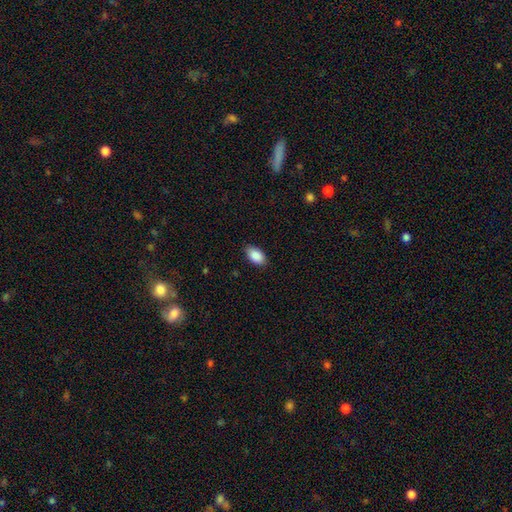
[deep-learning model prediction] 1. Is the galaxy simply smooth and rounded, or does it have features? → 89% smooth, 7% star or artifact, 4% featured or disk.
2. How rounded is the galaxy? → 93% in between, 5% round, 2% cigar-shaped.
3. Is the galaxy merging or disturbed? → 86% none, 11% minor disturbance, 2% major disturbance, 1% merger.